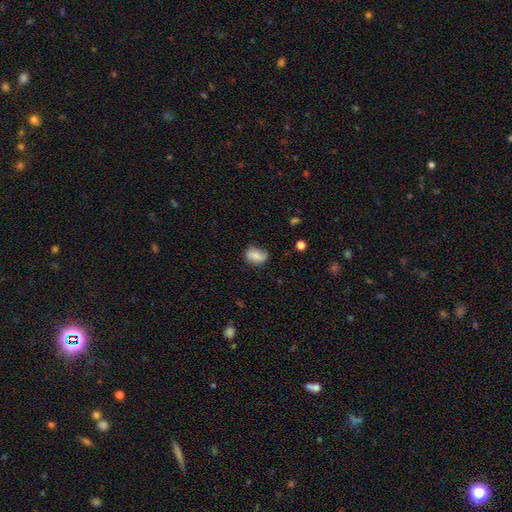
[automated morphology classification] type=smooth (73%); roundness=in between (74%); merging=none (64%).